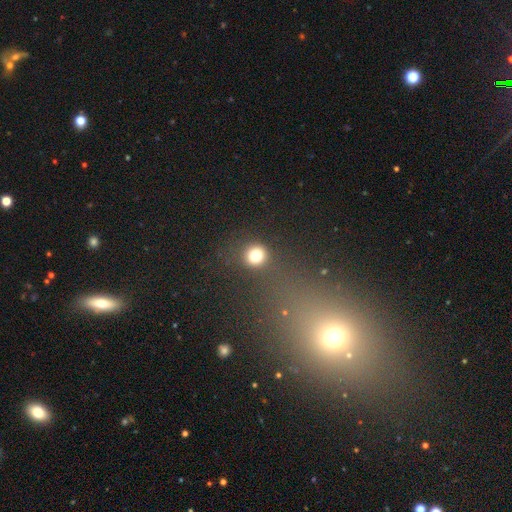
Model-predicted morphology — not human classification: The model was most divided on "smooth or featured": smooth: 79%, star or artifact: 15%, featured or disk: 7%. More confident: how rounded — round (83%); merging — none (81%).